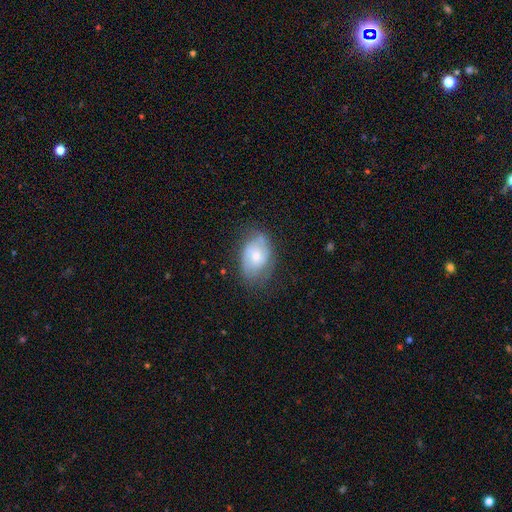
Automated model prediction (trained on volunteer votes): smooth_or_featured: featured or disk (p=0.48) [alt: smooth p=0.44]
merging: none (p=0.60) [alt: minor disturbance p=0.28]